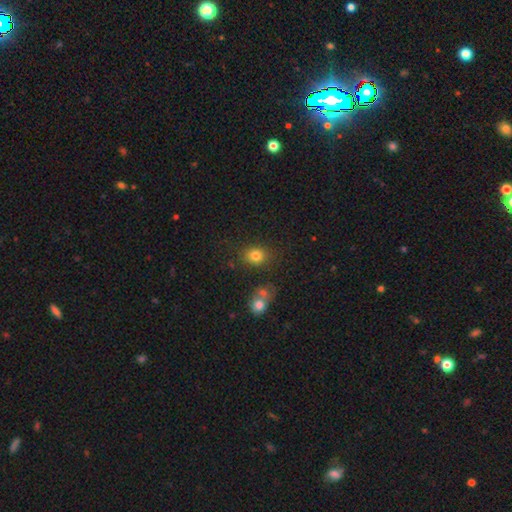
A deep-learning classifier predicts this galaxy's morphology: Overall: smooth (79%). How rounded: round (59%; in between 40%). Merging: none (75%).